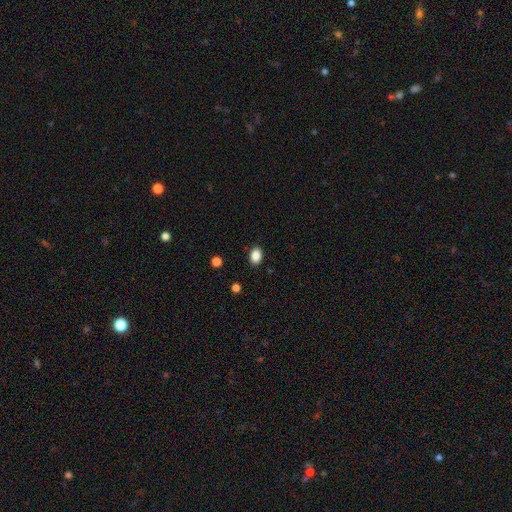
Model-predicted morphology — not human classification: A smooth galaxy with no disk features (87%) that is in between round and cigar-shaped (79%). Merging: none (89%).